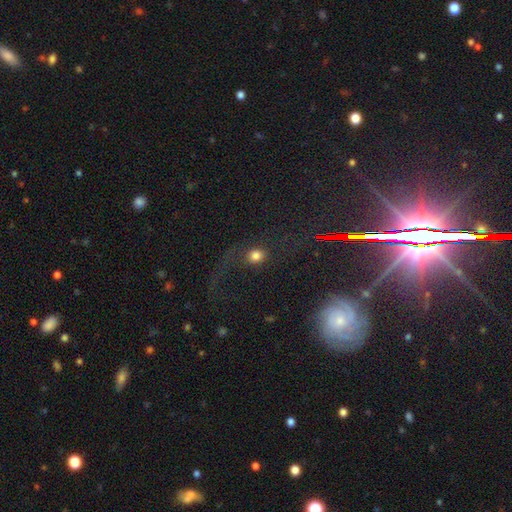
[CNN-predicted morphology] type=smooth (70%); roundness=round (65%); merging=none (58%).